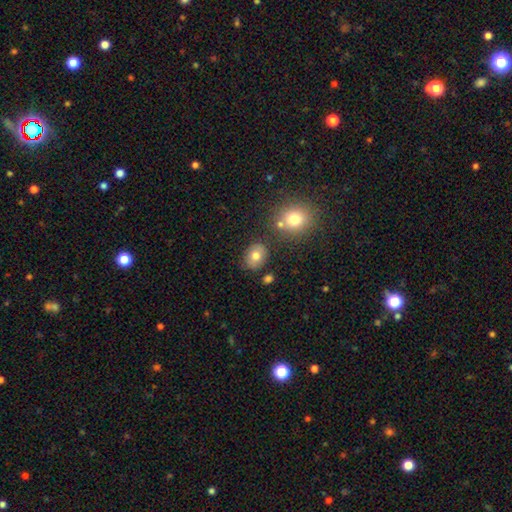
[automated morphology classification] Smooth or featured? smooth (77%)
How rounded? in between (54%)
Merging? none (79%)